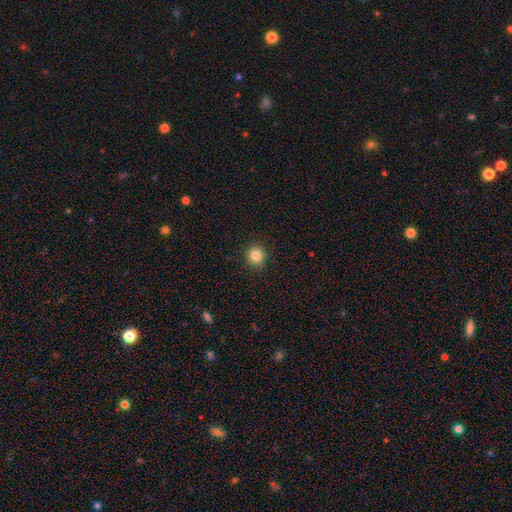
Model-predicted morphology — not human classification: This appears to be a smooth galaxy with no disk features (84%) that is round (89%). Merging: none (91%).